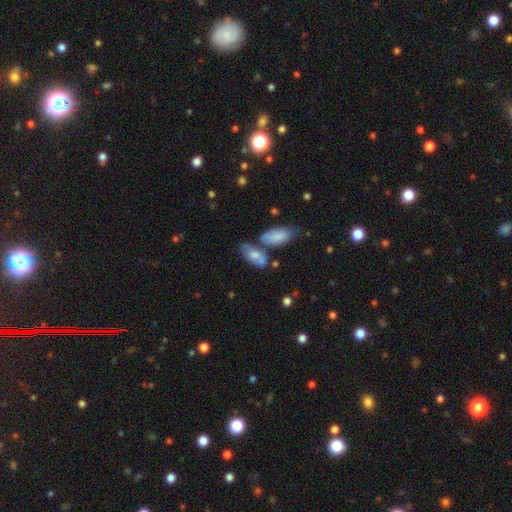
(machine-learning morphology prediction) This is likely a smooth galaxy (66%). How rounded: clearly in between (87%). Merging: marginally none (40%).